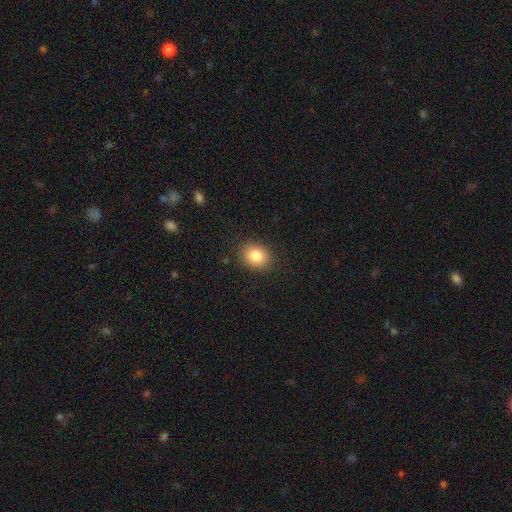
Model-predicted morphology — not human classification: type=smooth (84%); roundness=in between (51%); merging=none (88%).